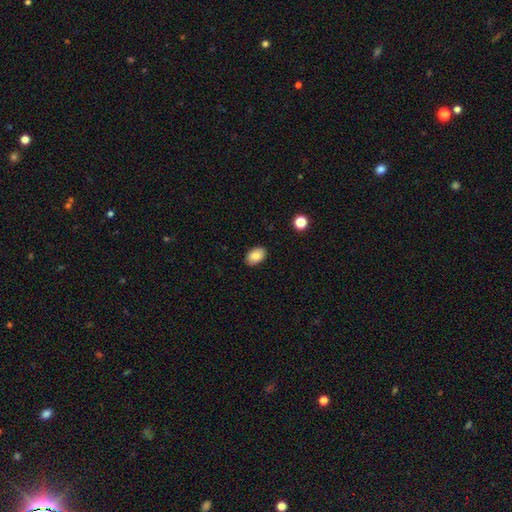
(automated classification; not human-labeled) Smooth or featured? smooth (85%)
How rounded? in between (89%)
Merging? none (88%)